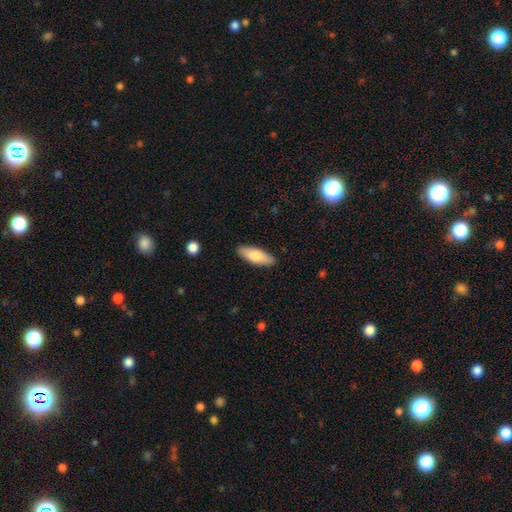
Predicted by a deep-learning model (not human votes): The model was most divided on "how rounded": in between: 66%, cigar-shaped: 32%, round: 2%. More confident: merging — none (87%); smooth or featured — smooth (77%).